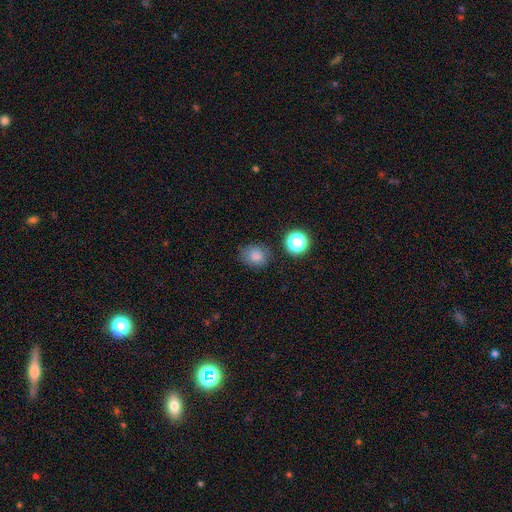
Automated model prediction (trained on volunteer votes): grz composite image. It shows a smooth galaxy with no disk features (81%) that is round (68%). Merging: none (77%).